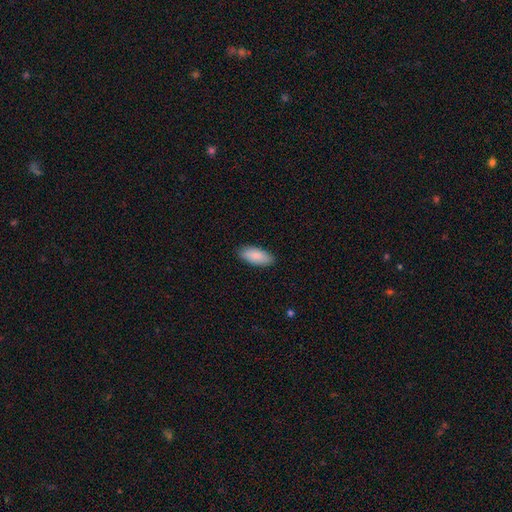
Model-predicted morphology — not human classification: smooth_or_featured: smooth (p=0.88) [alt: featured or disk p=0.06]
how_rounded: in between (p=0.89) [alt: cigar-shaped p=0.09]
merging: none (p=0.88) [alt: minor disturbance p=0.09]